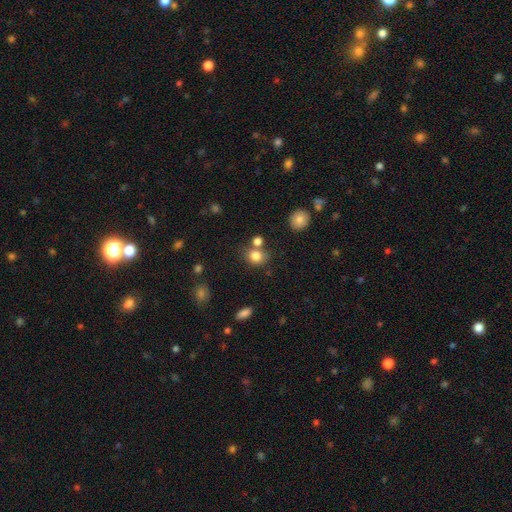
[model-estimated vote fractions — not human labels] smooth-or-featured: smooth: 81% | star or artifact: 12% | featured or disk: 7%
  how-rounded: round: 72% | in between: 27% | cigar-shaped: 1%
  merging: none: 62% | merger: 22% | minor disturbance: 11% | major disturbance: 4%